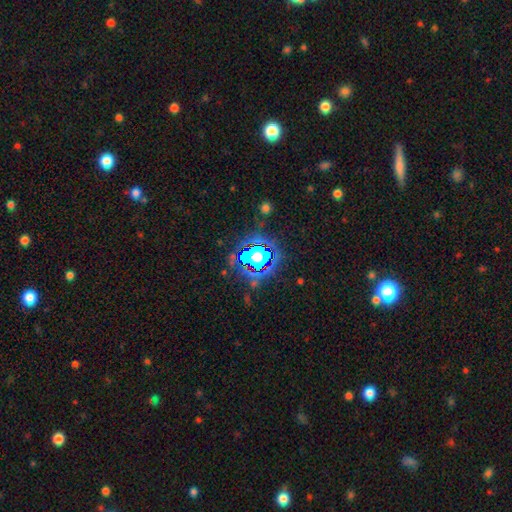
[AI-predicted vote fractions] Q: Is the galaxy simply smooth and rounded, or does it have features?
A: star or artifact — 77%.